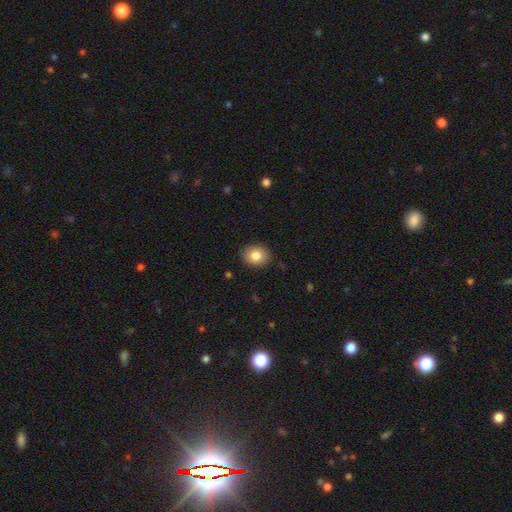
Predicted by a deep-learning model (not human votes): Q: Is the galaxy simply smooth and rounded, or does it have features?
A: smooth — 83%.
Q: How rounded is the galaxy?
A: round — 55%.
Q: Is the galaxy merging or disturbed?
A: none — 89%.